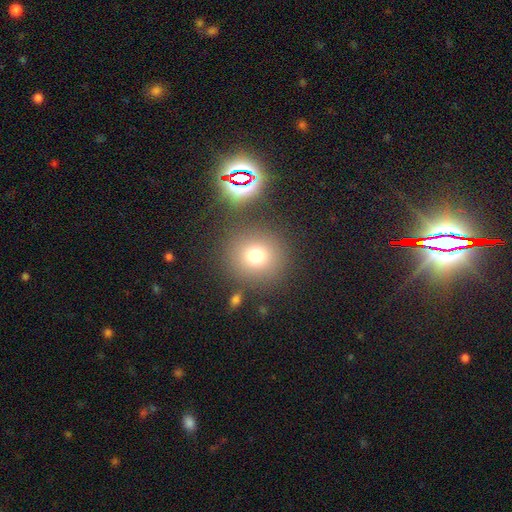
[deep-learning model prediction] Overall: smooth (75%). How rounded: round (90%). Merging: none (79%).